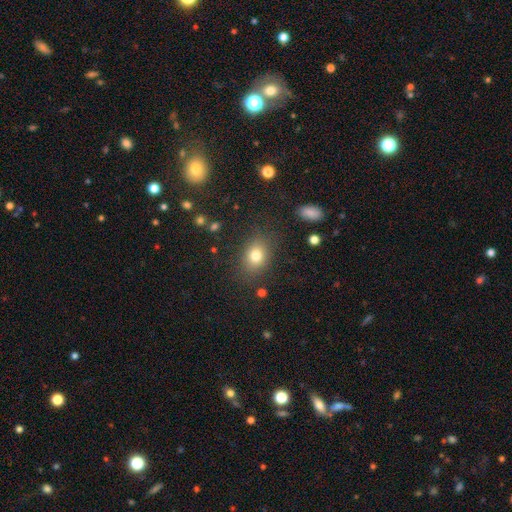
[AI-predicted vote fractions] The model was most divided on "how rounded": in between: 61%, round: 38%, cigar-shaped: 1%. More confident: merging — none (81%); smooth or featured — smooth (78%).